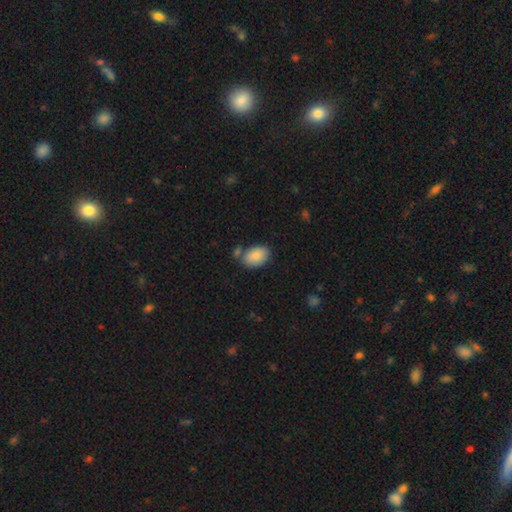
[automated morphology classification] Overall: smooth (88%). How rounded: in between (90%). Merging: none (68%).